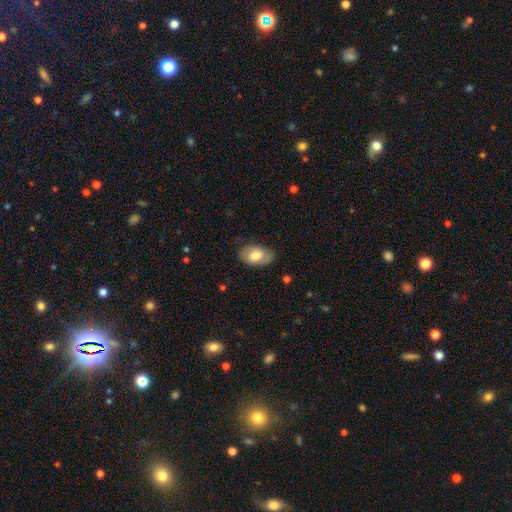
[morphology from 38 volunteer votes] Smooth or featured? 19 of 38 (50%) said smooth. How rounded? 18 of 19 (95%) said in between. Merging? 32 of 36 (89%) said none.